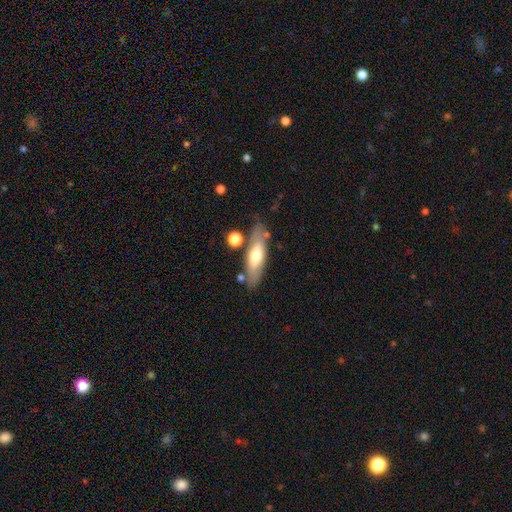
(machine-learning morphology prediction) Smooth or featured: smooth — 54% (featured or disk — 40%)
How rounded: cigar-shaped — 49% (tied with in between — 49%)
Merging: none — 73% (minor disturbance — 16%)